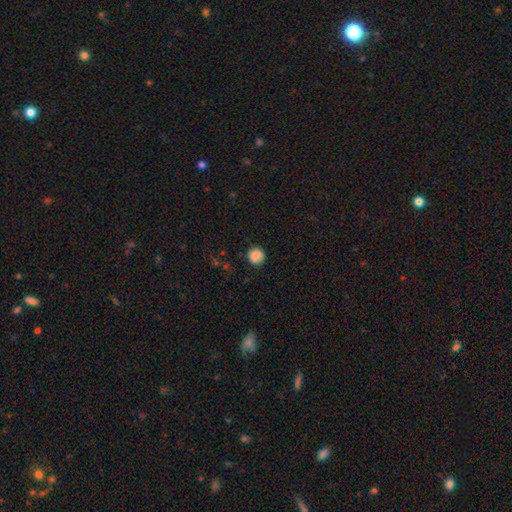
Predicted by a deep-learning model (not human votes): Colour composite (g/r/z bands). It shows a smooth galaxy with no disk features (83%) that is round (91%). Merging: none (82%).